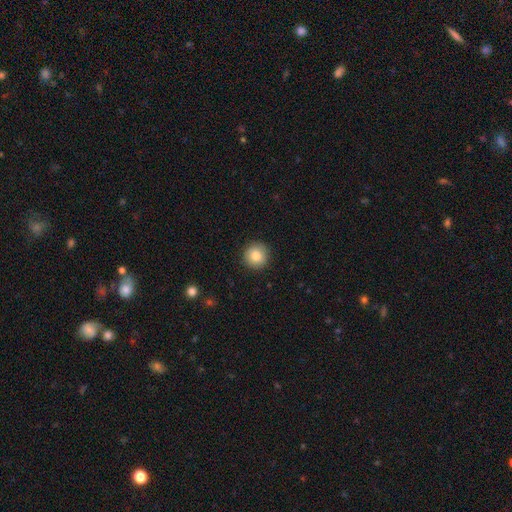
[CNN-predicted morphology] This appears to be a smooth galaxy with no disk features (85%) that is round (95%). Merging: none (92%).